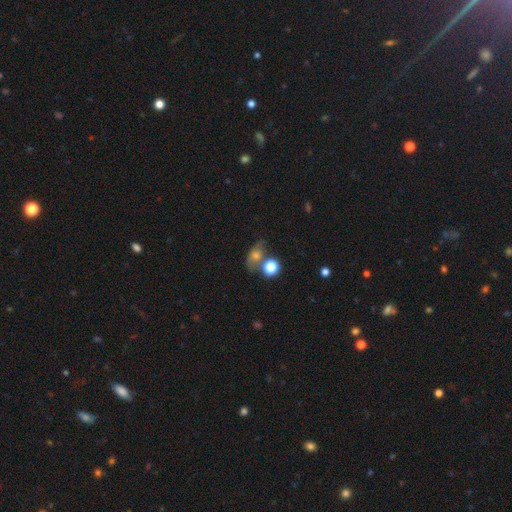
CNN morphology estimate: This is possibly a smooth galaxy (59%). How rounded: possibly in between (55%). Merging: possibly none (51%).